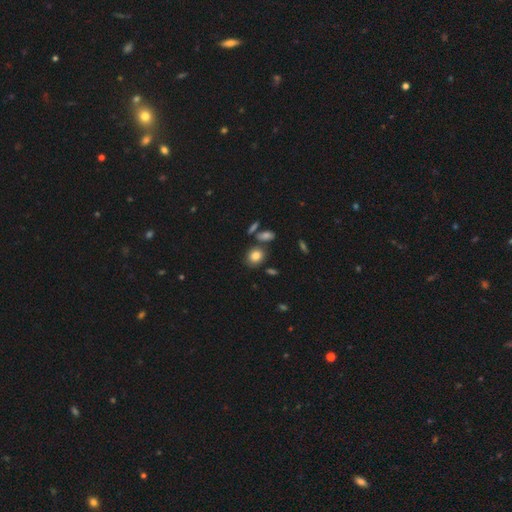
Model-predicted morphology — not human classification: This is clearly a smooth galaxy (82%). How rounded: likely round (63%). Merging: likely none (74%).